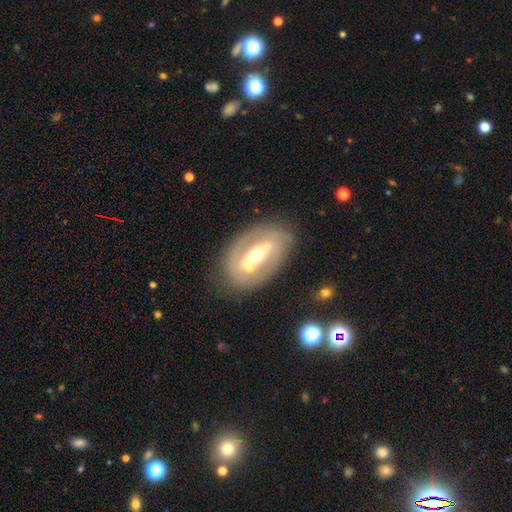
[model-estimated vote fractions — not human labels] Smooth or featured? featured or disk (72%)
Edge-on disk? no (89%)
Bar? strong (44%)
Spiral arms? no (63%)
Bulge size? moderate (65%)
Merging? none (71%)